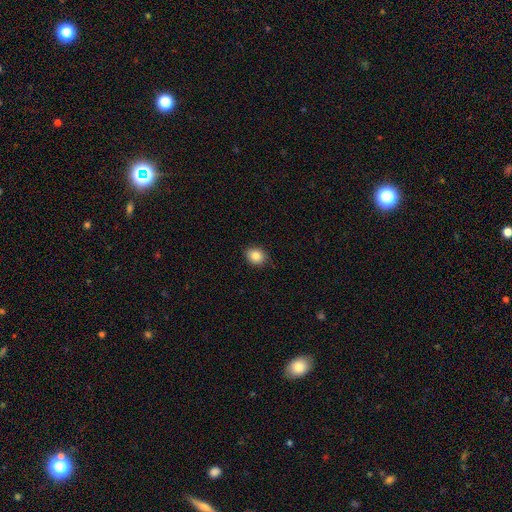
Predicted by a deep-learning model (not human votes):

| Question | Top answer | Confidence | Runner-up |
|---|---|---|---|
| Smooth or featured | smooth | 85% | star or artifact (9%) |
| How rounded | round | 59% | in between (40%) |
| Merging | none | 86% | minor disturbance (11%) |